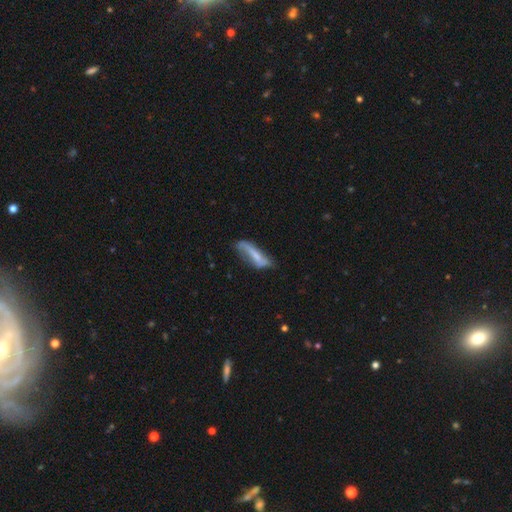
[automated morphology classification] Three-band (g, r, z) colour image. It shows a smooth galaxy with no disk features (52%) that is cigar-shaped (56%). Merging: none (42%).